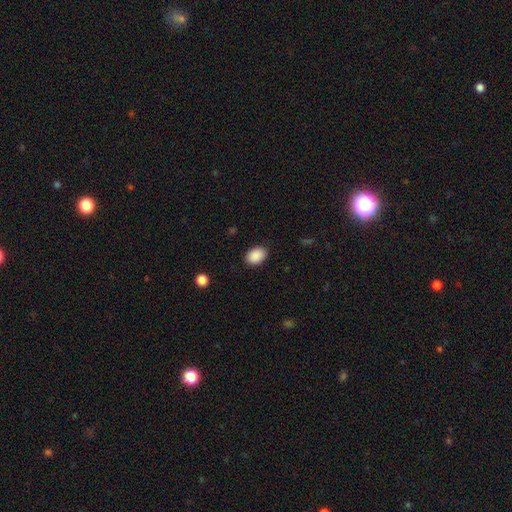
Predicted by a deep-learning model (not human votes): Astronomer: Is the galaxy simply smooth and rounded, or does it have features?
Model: smooth — 90%.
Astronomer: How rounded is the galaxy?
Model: in between — 78%.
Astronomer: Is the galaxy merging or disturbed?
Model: none — 88%.